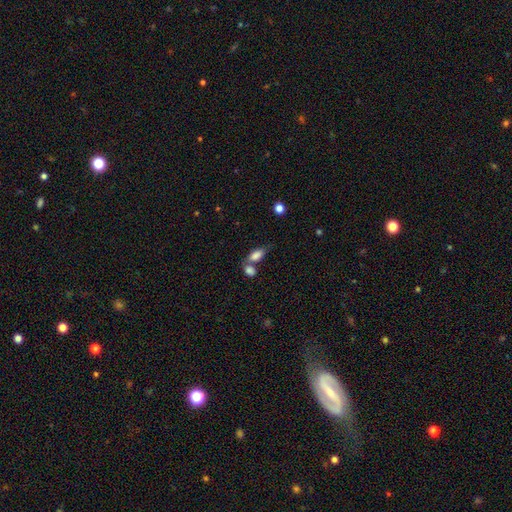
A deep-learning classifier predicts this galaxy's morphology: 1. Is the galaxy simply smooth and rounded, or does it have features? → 83% smooth, 9% star or artifact, 8% featured or disk.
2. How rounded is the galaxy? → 87% in between, 7% cigar-shaped, 6% round.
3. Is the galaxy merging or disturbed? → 42% merger, 39% none, 13% minor disturbance, 6% major disturbance.